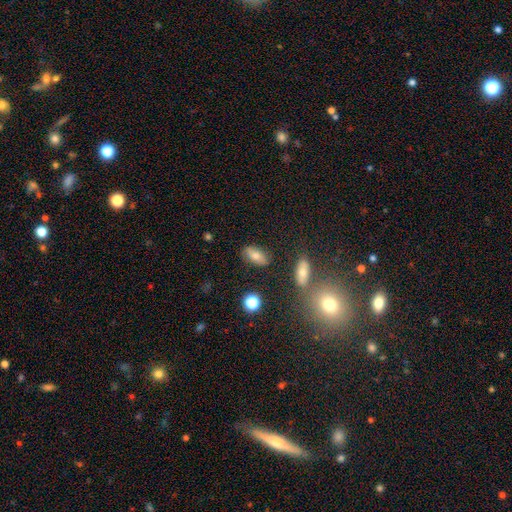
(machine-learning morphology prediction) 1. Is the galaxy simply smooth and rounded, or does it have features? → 74% smooth, 16% featured or disk, 10% star or artifact.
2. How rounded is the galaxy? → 88% in between, 7% cigar-shaped, 5% round.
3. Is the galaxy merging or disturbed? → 82% none, 11% minor disturbance, 4% merger, 3% major disturbance.